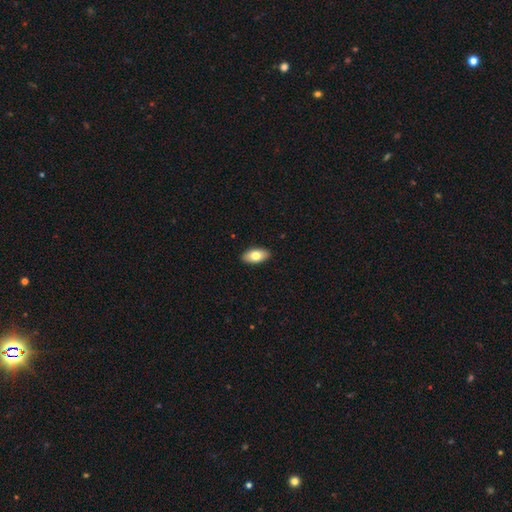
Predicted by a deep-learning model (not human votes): This appears to be a smooth galaxy with no disk features (77%) that is in between round and cigar-shaped (92%). Merging: none (90%).